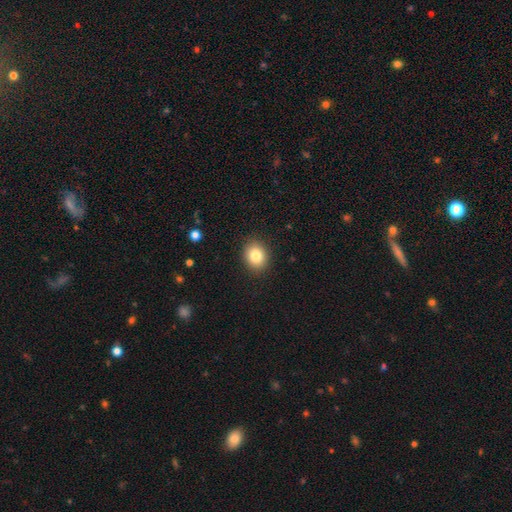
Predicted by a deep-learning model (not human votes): A smooth galaxy with no disk features (83%) that is round (57%). Merging: none (90%).